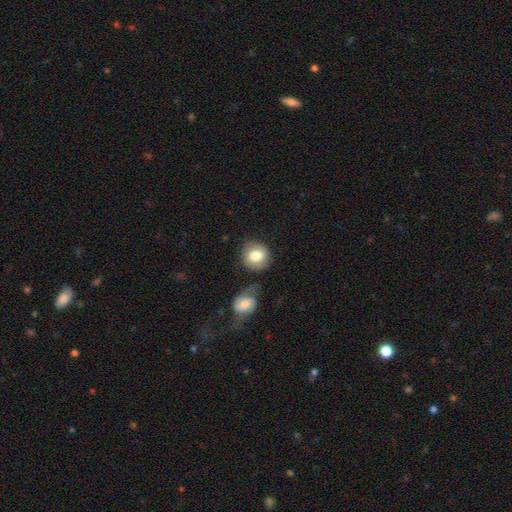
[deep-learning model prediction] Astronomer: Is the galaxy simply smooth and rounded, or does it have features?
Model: smooth — 79%.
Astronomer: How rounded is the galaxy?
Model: round — 80%.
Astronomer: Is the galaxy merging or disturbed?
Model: none — 60%.